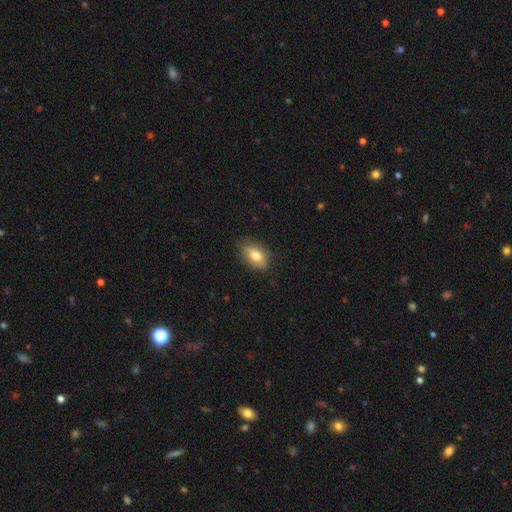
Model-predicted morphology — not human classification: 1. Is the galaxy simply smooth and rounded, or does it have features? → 75% smooth, 17% featured or disk, 8% star or artifact.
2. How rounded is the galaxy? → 87% in between, 10% round, 3% cigar-shaped.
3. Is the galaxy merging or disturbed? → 75% none, 20% minor disturbance, 4% major disturbance, 1% merger.